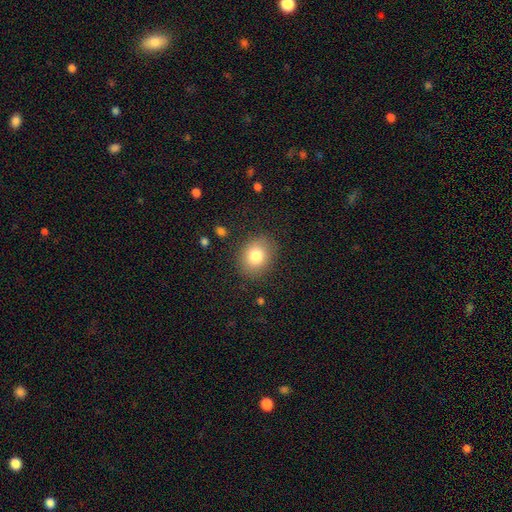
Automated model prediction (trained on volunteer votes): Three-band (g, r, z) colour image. It shows a smooth galaxy with no disk features (81%) that is round (58%). Merging: none (85%).